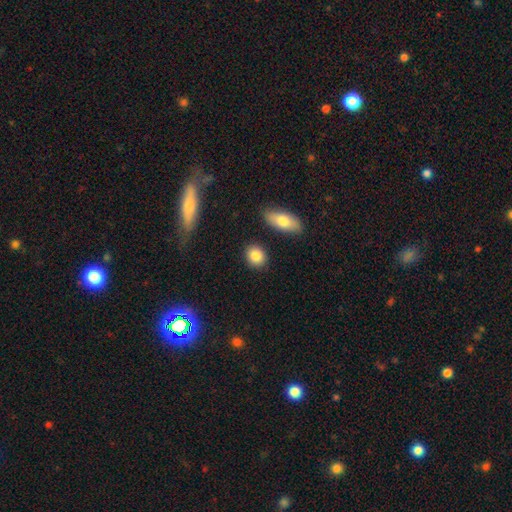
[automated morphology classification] Overall: smooth (86%). How rounded: round (64%; in between 34%). Merging: none (86%).